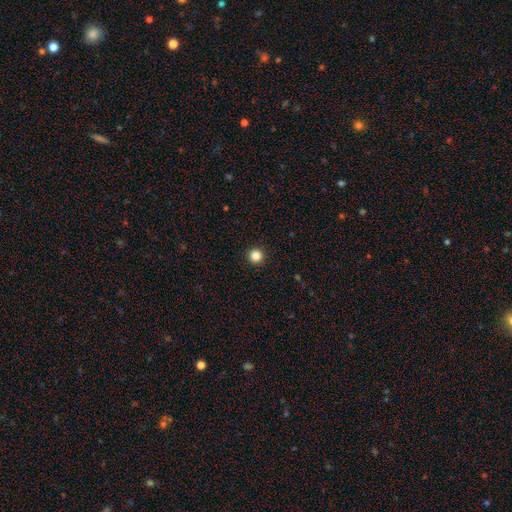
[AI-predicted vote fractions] Overall: smooth (85%). How rounded: round (96%). Merging: none (93%).